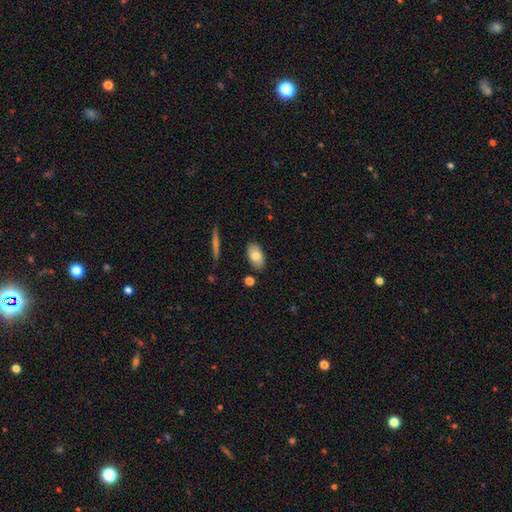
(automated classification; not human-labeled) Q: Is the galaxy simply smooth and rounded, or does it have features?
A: smooth — 77%.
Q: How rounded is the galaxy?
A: in between — 91%.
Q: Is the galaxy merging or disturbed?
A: none — 83%.